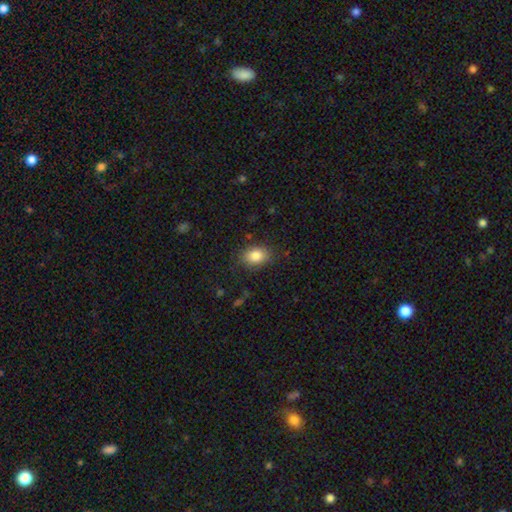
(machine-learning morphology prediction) smooth-or-featured: smooth: 84% | star or artifact: 8% | featured or disk: 7%
  how-rounded: in between: 77% | round: 22% | cigar-shaped: 1%
  merging: none: 83% | minor disturbance: 13% | major disturbance: 3% | merger: 1%